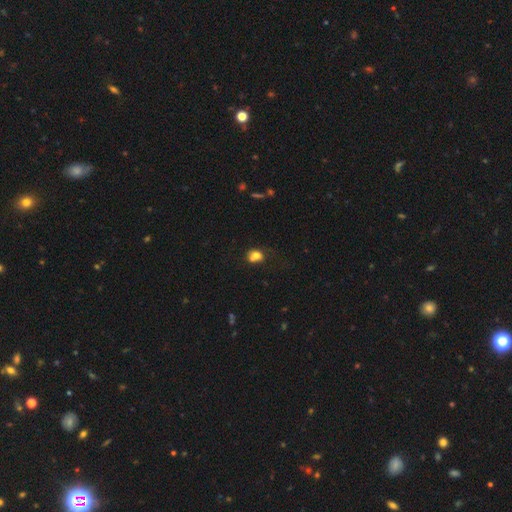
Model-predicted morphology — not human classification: A smooth galaxy with no disk features (75%) that is round (54%).

Vote fractions:
- Smooth or featured? smooth: 75% / featured or disk: 13% / star or artifact: 12%
- How rounded? round: 54% / in between: 45% / cigar-shaped: 1%
- Merging? none: 38% / merger: 29% / minor disturbance: 21% / major disturbance: 11%